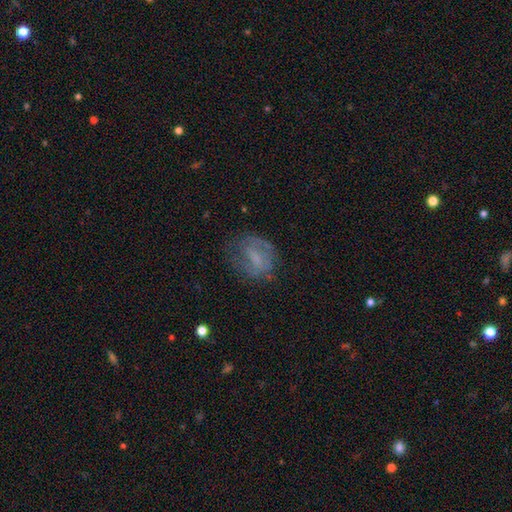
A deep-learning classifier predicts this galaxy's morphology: Smooth or featured? Predicted: featured or disk (p=0.46). Merging? Predicted: none (p=0.60).